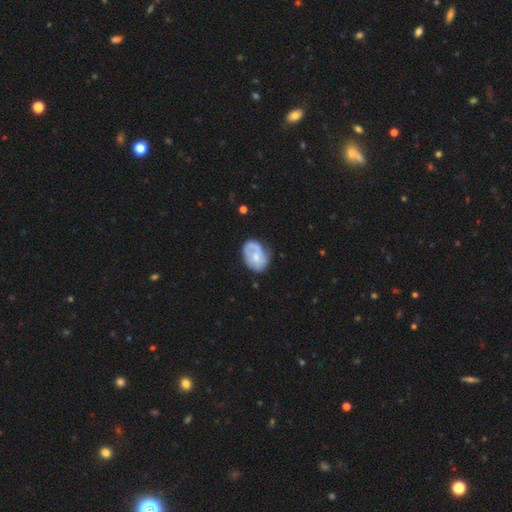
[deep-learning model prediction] A featured or disk galaxy (52%) with no bar (66%), spiral arms (66%) and a small central bulge (45%).

Vote fractions:
- Smooth or featured? featured or disk: 52% / smooth: 42% / star or artifact: 6%
- Edge-on disk? no: 97% / yes: 3%
- Bar? no: 66% / weak: 29% / strong: 5%
- Spiral arms? yes: 66% / no: 34%
- Bulge size? small: 45% / moderate: 42% / none: 9% / large: 3% / dominant: 1%
- Merging? none: 54% / minor disturbance: 29% / major disturbance: 14% / merger: 3%